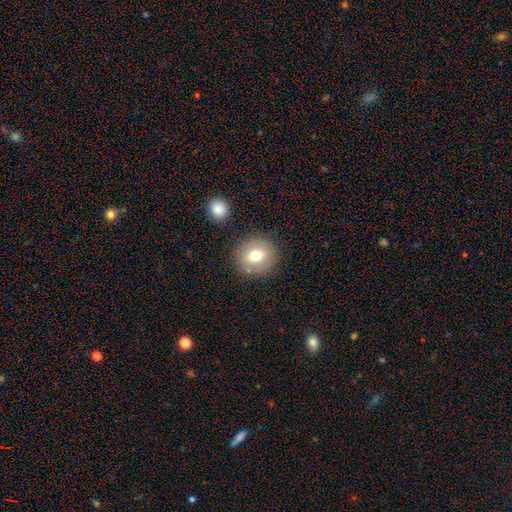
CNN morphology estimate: smooth_or_featured: smooth (p=0.74) [alt: featured or disk p=0.16]
how_rounded: round (p=0.86) [alt: in between p=0.13]
merging: none (p=0.84) [alt: minor disturbance p=0.09]